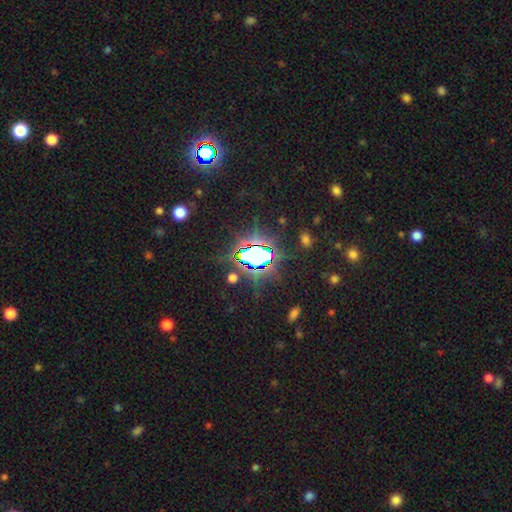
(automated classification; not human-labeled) This appears to be a star or artifact, not a galaxy (75%).